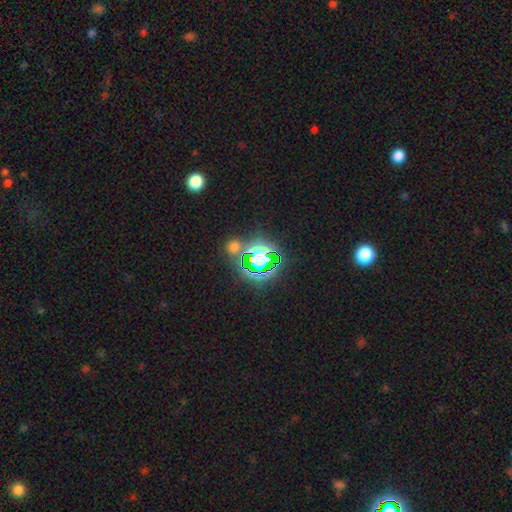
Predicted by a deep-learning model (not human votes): This is likely a star or artifact rather than a galaxy (78%).